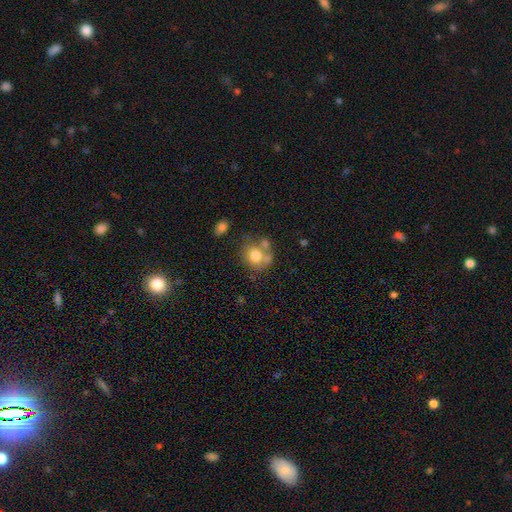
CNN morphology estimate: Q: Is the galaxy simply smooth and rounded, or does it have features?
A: smooth — 74%.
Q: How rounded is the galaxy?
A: round — 73%.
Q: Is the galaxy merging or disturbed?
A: none — 49%.